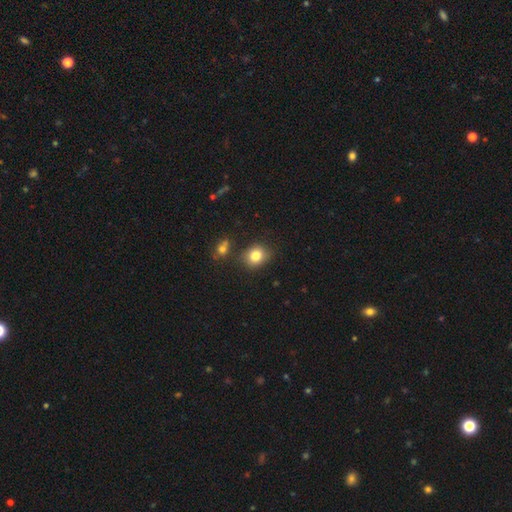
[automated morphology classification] Smooth or featured: smooth — 81% (star or artifact — 11%)
How rounded: round — 62% (in between — 37%)
Merging: none — 79% (minor disturbance — 12%)